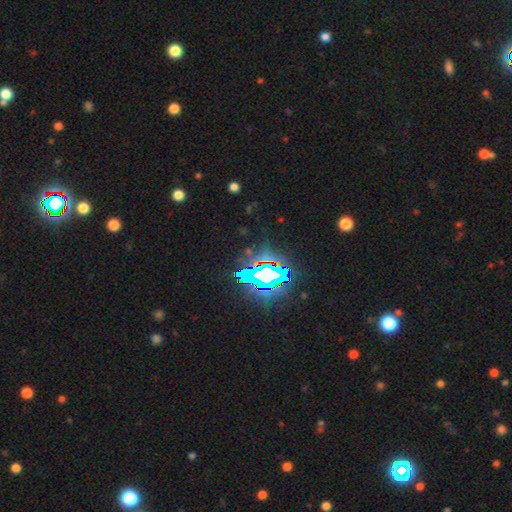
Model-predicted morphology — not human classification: type=star or artifact (83%).